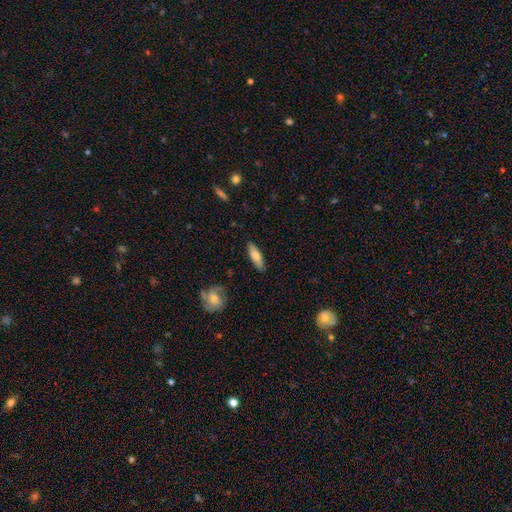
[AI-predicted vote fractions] Smooth or featured: smooth — 73% (featured or disk — 21%)
How rounded: in between — 50% (cigar-shaped — 48%)
Merging: none — 84% (minor disturbance — 12%)